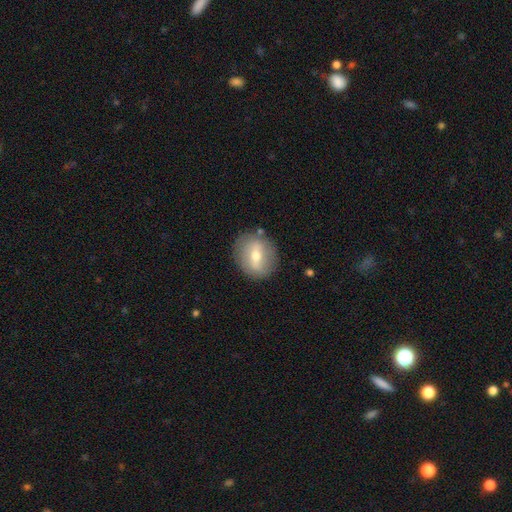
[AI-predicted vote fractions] Smooth or featured? Predicted: smooth (p=0.50). Merging? Predicted: none (p=0.83).